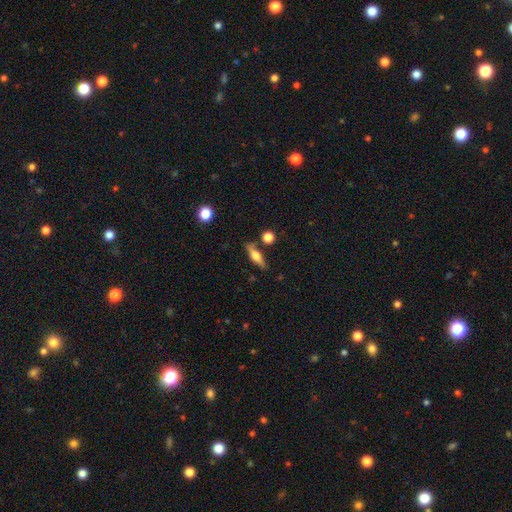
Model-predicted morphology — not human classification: The model was most divided on "smooth or featured": featured or disk: 50%, smooth: 43%, star or artifact: 7%. More confident: merging — none (79%).